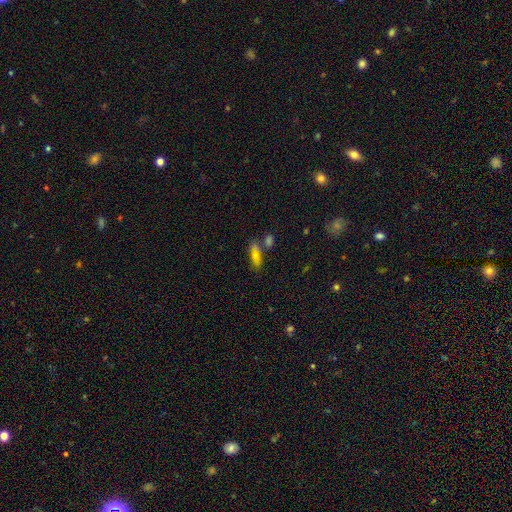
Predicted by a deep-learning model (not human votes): smooth-or-featured: smooth: 66% | featured or disk: 20% | star or artifact: 14%
  how-rounded: in between: 61% | cigar-shaped: 33% | round: 6%
  merging: none: 47% | merger: 34% | minor disturbance: 13% | major disturbance: 6%